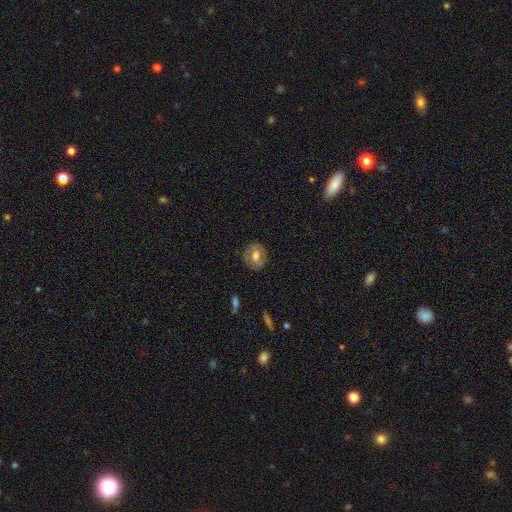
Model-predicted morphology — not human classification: This is possibly a smooth galaxy (57%). How rounded: likely round (72%). Merging: clearly none (82%).